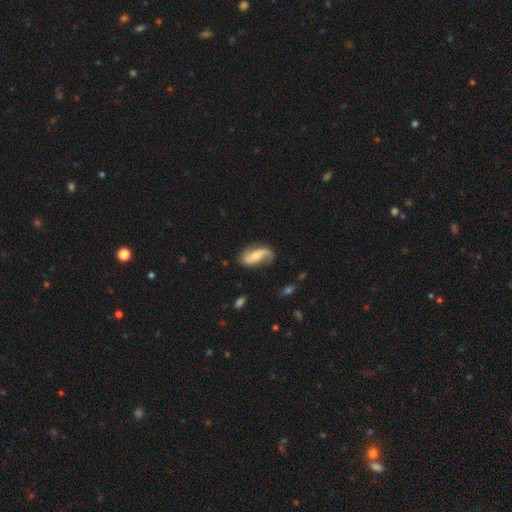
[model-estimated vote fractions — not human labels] smooth_or_featured: featured or disk (p=0.73) [alt: smooth p=0.21]
disk_edge_on: no (p=0.95) [alt: yes p=0.05]
bar: no (p=0.47) [alt: weak p=0.35]
has_spiral_arms: yes (p=0.93) [alt: no p=0.07]
spiral_winding: loose (p=0.71) [alt: medium p=0.22]
spiral_arm_count: 2 (p=0.79) [alt: 1 p=0.14]
bulge_size: small (p=0.48) [alt: moderate p=0.40]
merging: none (p=0.65) [alt: minor disturbance p=0.22]